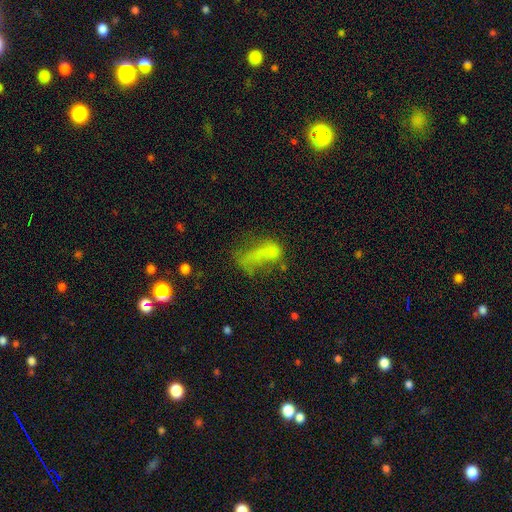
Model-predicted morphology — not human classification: The model was most divided on "smooth or featured": smooth: 52%, featured or disk: 32%, star or artifact: 17%. Remaining: how rounded — in between (77%); merging — major disturbance (45%).